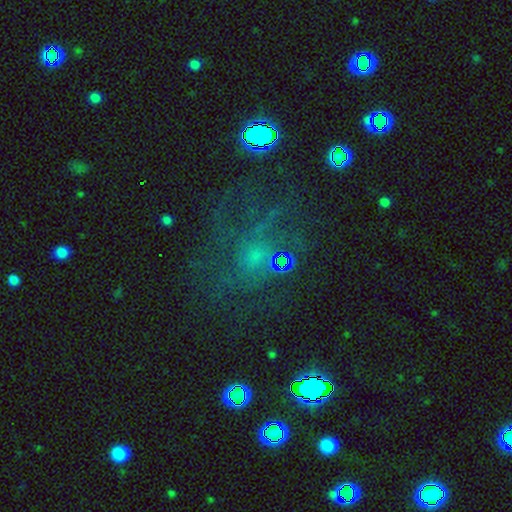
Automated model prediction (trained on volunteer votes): This appears to be a featured or disk galaxy (42%). Merging: none (52%).